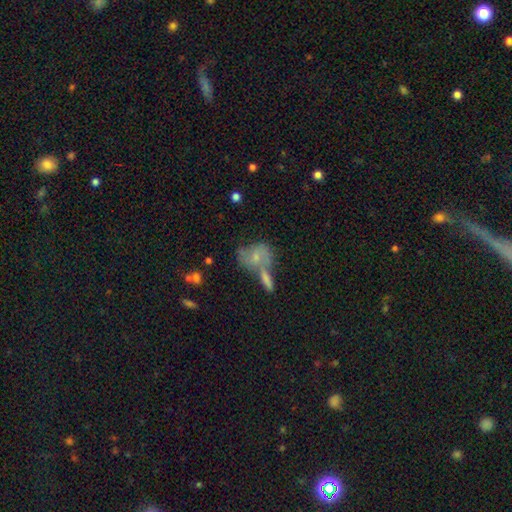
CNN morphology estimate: Overall: smooth (46%; featured or disk 41%). Merging: merger (39%; none 36%).